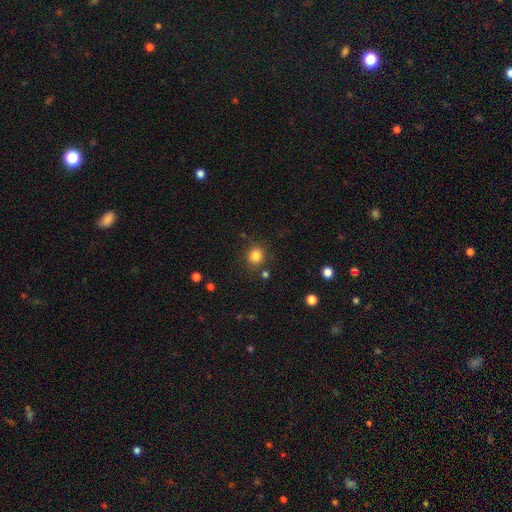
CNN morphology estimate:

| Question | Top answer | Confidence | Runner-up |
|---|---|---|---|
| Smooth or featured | smooth | 83% | star or artifact (12%) |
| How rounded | round | 88% | in between (11%) |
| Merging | none | 84% | minor disturbance (9%) |